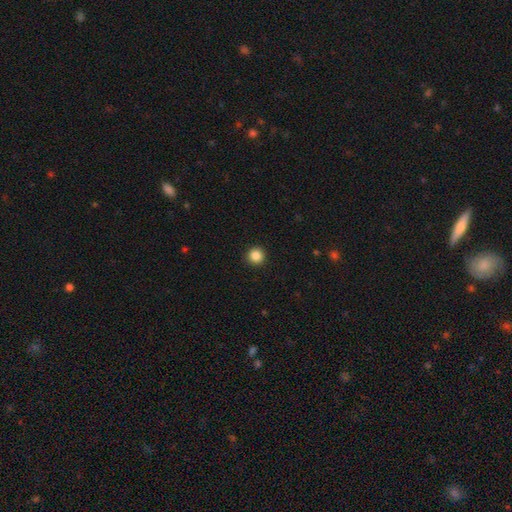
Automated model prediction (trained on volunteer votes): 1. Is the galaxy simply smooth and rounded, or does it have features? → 86% smooth, 11% star or artifact, 3% featured or disk.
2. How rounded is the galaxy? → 95% round, 4% in between, 1% cigar-shaped.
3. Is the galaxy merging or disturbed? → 93% none, 4% minor disturbance, 2% major disturbance, 1% merger.